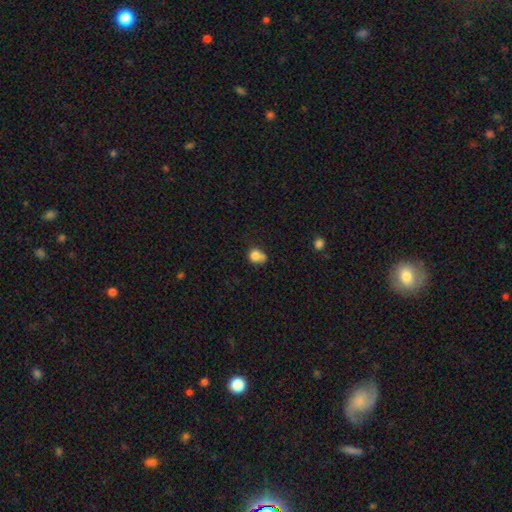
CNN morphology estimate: This is likely a smooth galaxy (80%). How rounded: likely round (66%). Merging: marginally none (40%).